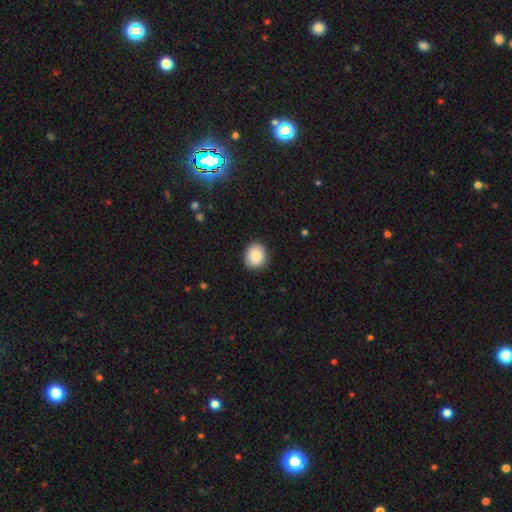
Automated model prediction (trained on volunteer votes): A smooth galaxy with no disk features (88%) that is round (75%). Merging: none (90%).